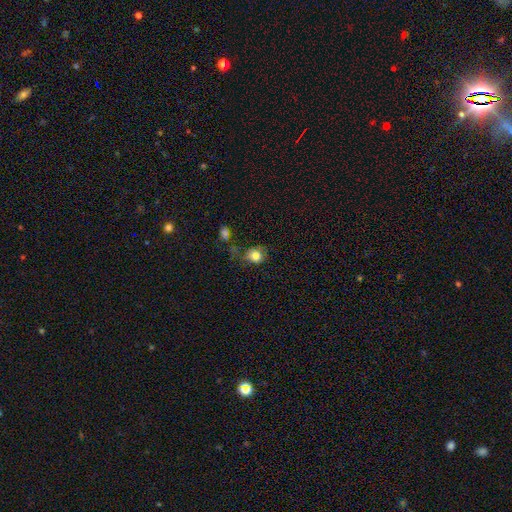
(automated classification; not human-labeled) A smooth galaxy with no disk features (82%) that is round (76%). Merging: none (62%).